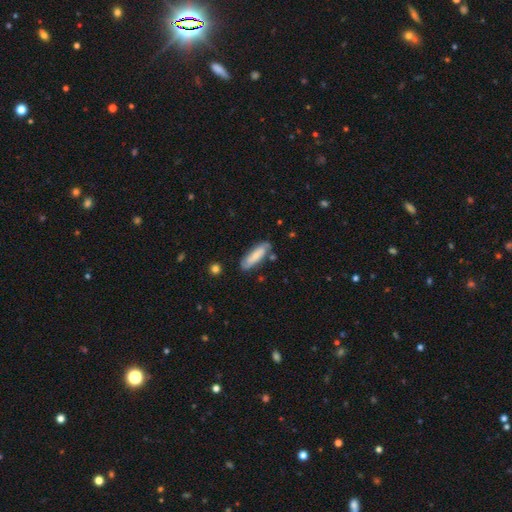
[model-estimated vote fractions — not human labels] smooth 64%, featured or disk 29%, star or artifact 6%. Down the decision tree: how rounded — cigar-shaped (50%); merging — none (73%).